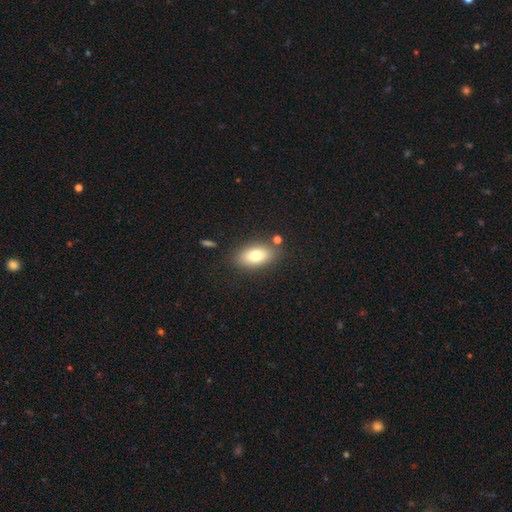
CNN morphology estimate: This is likely a smooth galaxy (78%). How rounded: clearly in between (89%). Merging: clearly none (81%).